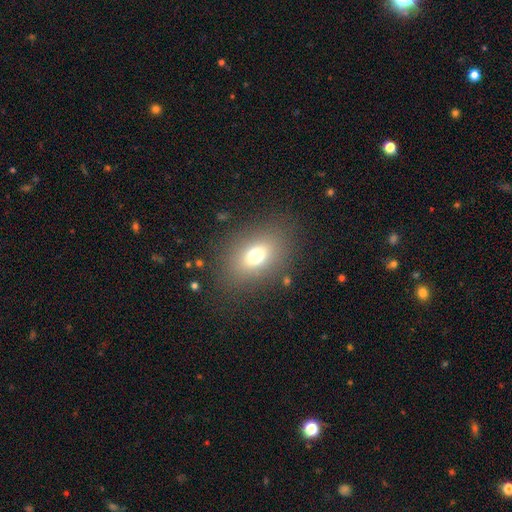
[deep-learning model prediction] Smooth or featured? smooth (72%)
How rounded? in between (72%)
Merging? none (82%)